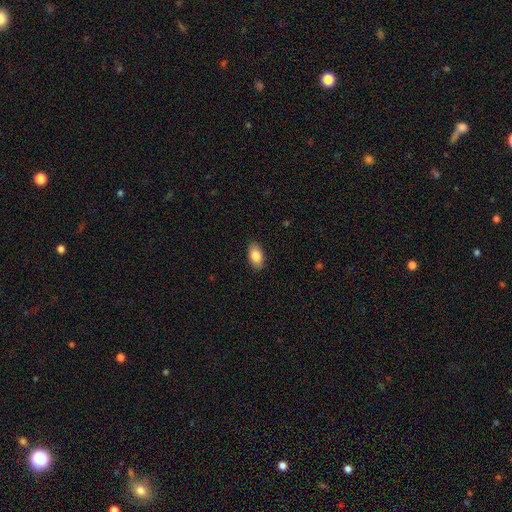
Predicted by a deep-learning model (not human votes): The model was most divided on "smooth or featured": smooth: 85%, featured or disk: 8%, star or artifact: 7%. More confident: how rounded — in between (93%); merging — none (89%).